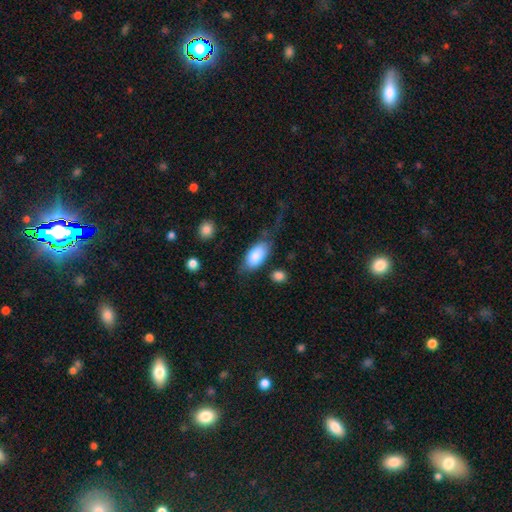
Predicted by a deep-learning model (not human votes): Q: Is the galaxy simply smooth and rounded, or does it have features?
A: smooth — 82%.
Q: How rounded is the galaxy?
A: in between — 92%.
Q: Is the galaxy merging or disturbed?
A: none — 50%.